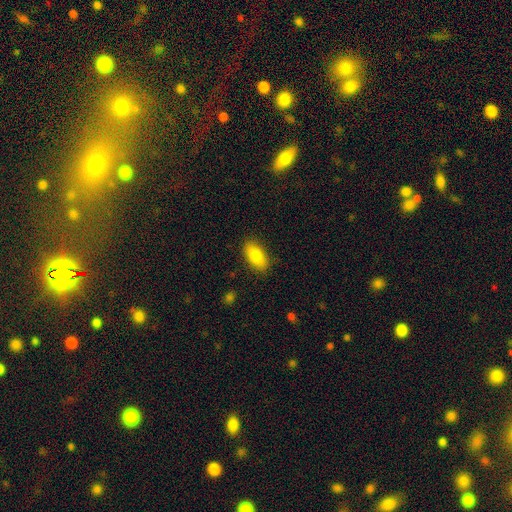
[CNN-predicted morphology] A smooth galaxy with no disk features (86%) that is in between round and cigar-shaped (90%). Merging: none (86%).